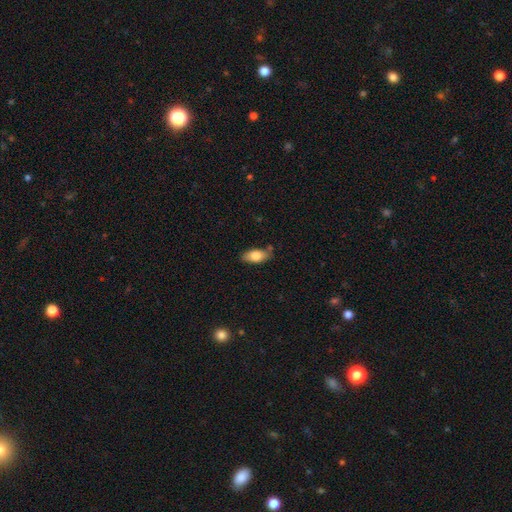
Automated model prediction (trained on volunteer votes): smooth 79%, featured or disk 15%, star or artifact 7%. Down the decision tree: how rounded — in between (89%); merging — none (76%).